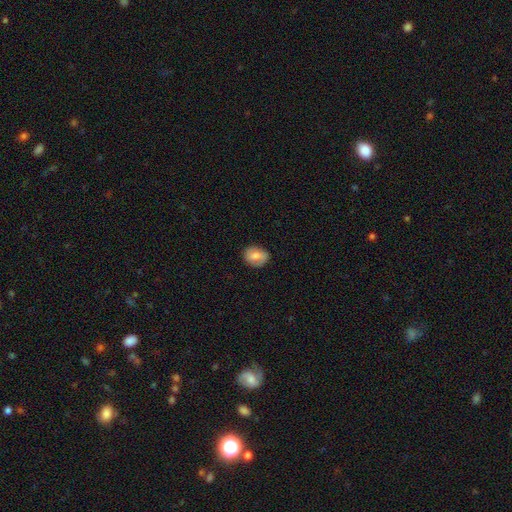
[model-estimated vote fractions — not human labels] smooth_or_featured: smooth (p=0.67) [alt: featured or disk p=0.25]
how_rounded: in between (p=0.51) [alt: round p=0.48]
merging: none (p=0.80) [alt: minor disturbance p=0.15]